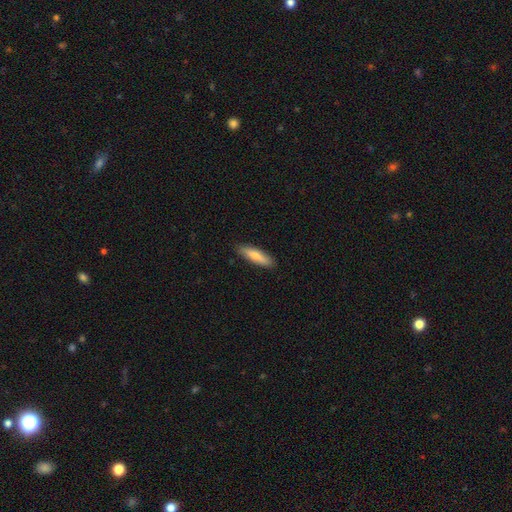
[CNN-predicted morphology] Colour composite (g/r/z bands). It shows a smooth galaxy with no disk features (76%) that is cigar-shaped (71%). Merging: none (89%).